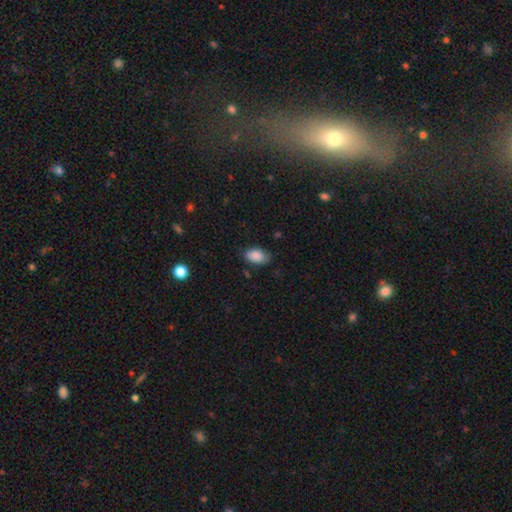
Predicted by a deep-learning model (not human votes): smooth_or_featured: smooth (p=0.88) [alt: star or artifact p=0.08]
how_rounded: in between (p=0.91) [alt: round p=0.07]
merging: none (p=0.79) [alt: minor disturbance p=0.16]